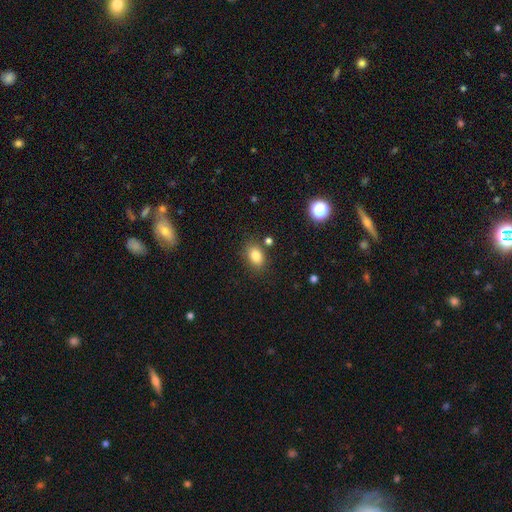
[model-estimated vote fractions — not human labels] Morphology: type=smooth (83%); roundness=in between (77%); merging=none (80%).